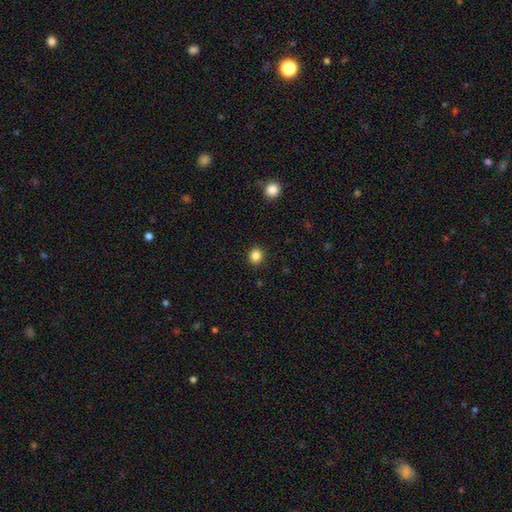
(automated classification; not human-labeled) Smooth or featured? Predicted: smooth (p=0.85). How rounded? Predicted: round (p=0.86). Merging? Predicted: none (p=0.92).